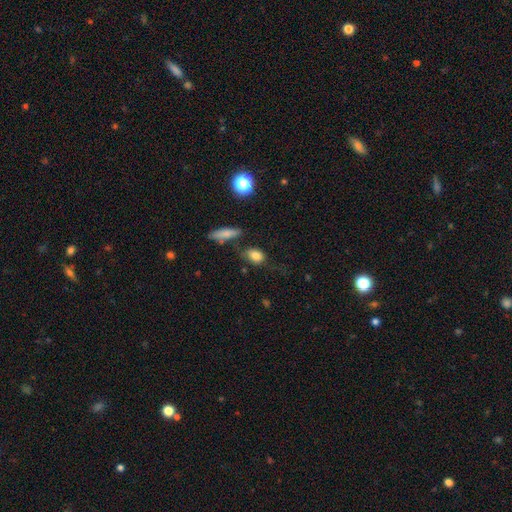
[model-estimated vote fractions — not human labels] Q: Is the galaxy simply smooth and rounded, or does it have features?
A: smooth — 81%.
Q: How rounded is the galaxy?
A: in between — 74%.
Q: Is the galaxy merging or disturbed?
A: none — 64%.